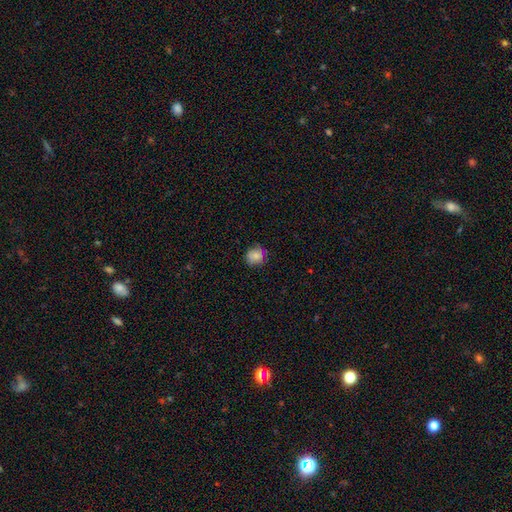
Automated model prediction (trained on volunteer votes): Smooth or featured: smooth — 73% (featured or disk — 17%)
How rounded: round — 81% (in between — 18%)
Merging: none — 74% (minor disturbance — 20%)